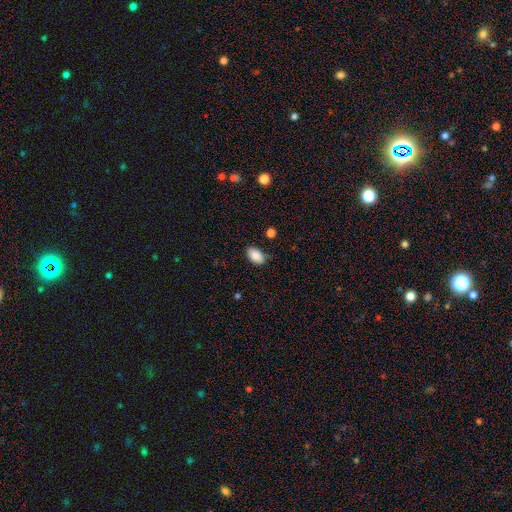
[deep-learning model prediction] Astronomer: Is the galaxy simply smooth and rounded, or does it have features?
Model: smooth — 88%.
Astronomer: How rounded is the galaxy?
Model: in between — 92%.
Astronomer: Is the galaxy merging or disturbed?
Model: none — 76%.